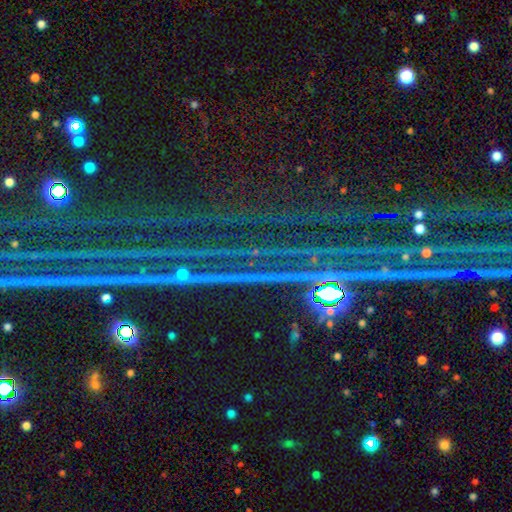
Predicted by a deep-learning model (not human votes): This is clearly a star or artifact rather than a galaxy (86%).